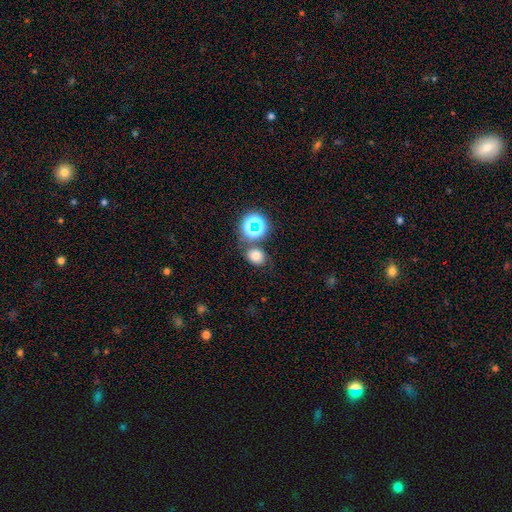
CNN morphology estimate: A smooth galaxy with no disk features (69%) that is round (55%).

Vote fractions:
- Smooth or featured? smooth: 69% / star or artifact: 22% / featured or disk: 9%
- How rounded? round: 55% / in between: 44% / cigar-shaped: 1%
- Merging? none: 69% / minor disturbance: 13% / merger: 12% / major disturbance: 5%